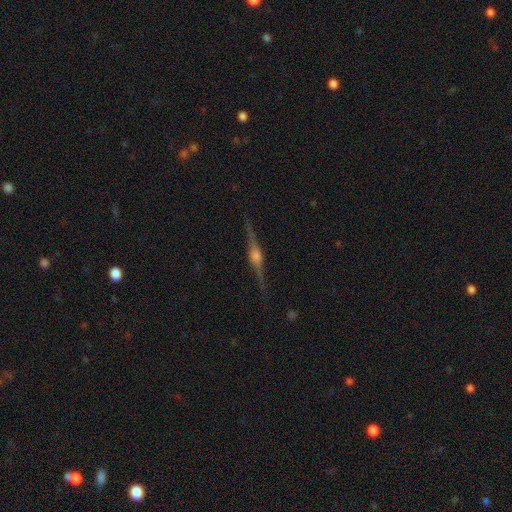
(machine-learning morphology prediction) This appears to be a featured or disk galaxy (85%) viewed edge-on (98%) with a rounded central bulge (84%). Merging: none (89%).